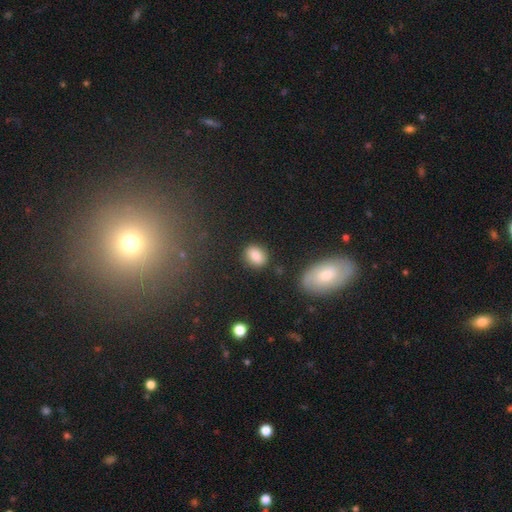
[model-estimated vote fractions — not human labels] Smooth or featured?
  - smooth: 83% *
  - star or artifact: 9%
  - featured or disk: 8%
How rounded?
  - in between: 58% *
  - round: 41%
  - cigar-shaped: 2%
Merging?
  - none: 83% *
  - minor disturbance: 11%
  - major disturbance: 3%
  - merger: 3%